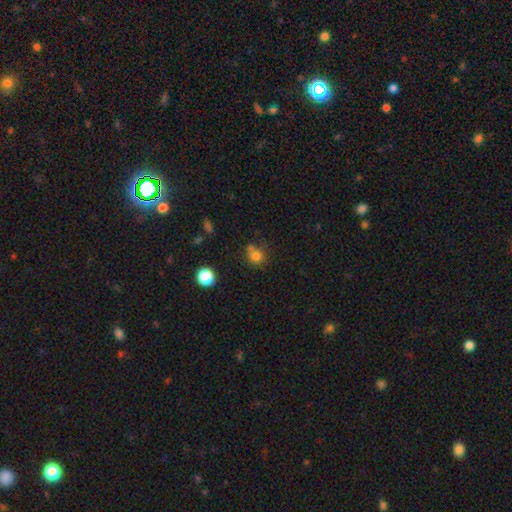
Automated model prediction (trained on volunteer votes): Smooth or featured? smooth (77%)
How rounded? round (80%)
Merging? none (53%)